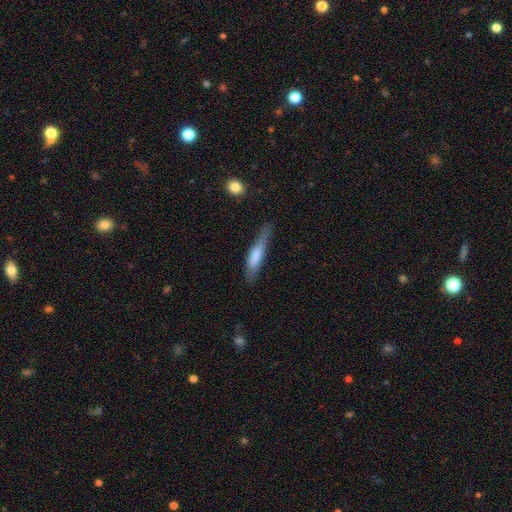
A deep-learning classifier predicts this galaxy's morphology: type=smooth (68%); roundness=cigar-shaped (82%); merging=none (61%).